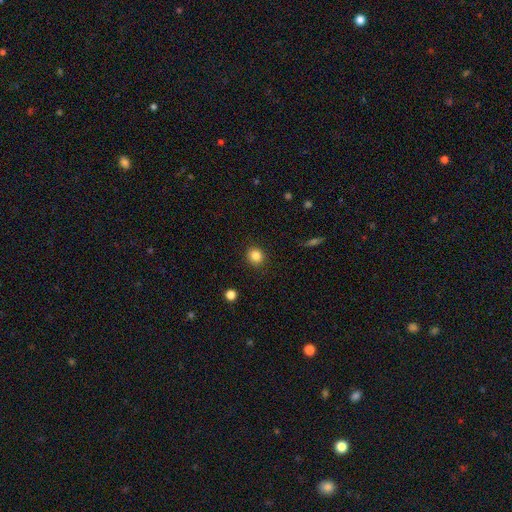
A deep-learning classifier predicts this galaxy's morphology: Smooth or featured? smooth (84%)
How rounded? round (87%)
Merging? none (90%)